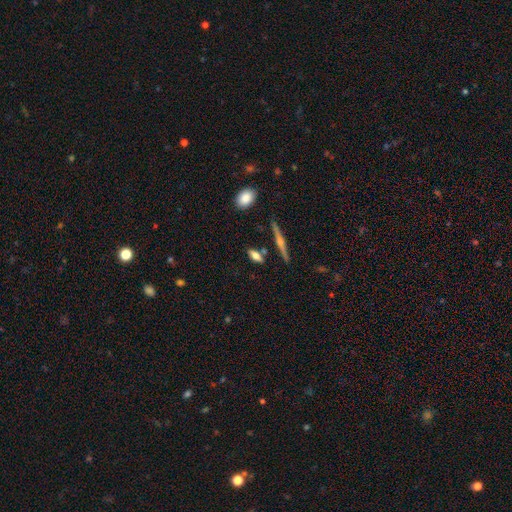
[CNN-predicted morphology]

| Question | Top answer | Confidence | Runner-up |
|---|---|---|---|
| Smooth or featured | smooth | 57% | featured or disk (34%) |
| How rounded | in between | 66% | cigar-shaped (26%) |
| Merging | none | 76% | minor disturbance (12%) |